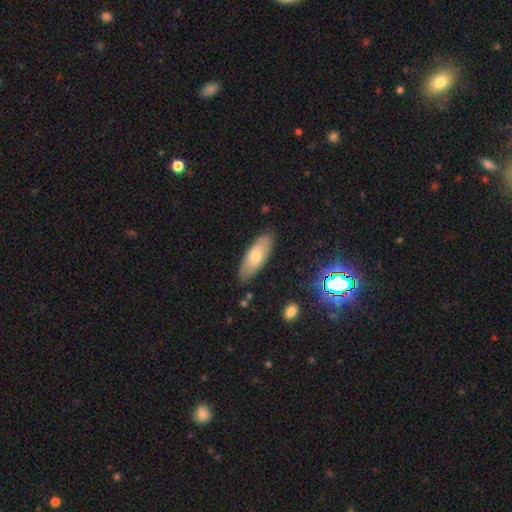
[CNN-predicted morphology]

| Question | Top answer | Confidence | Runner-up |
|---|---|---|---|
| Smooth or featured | smooth | 69% | featured or disk (24%) |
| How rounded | in between | 71% | cigar-shaped (27%) |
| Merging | none | 85% | minor disturbance (11%) |